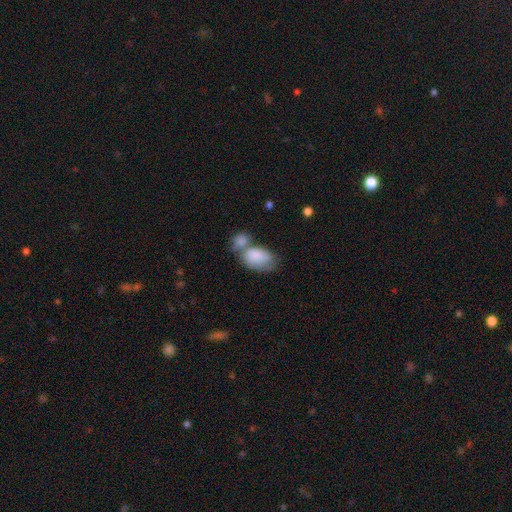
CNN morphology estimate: Smooth or featured? Predicted: smooth (p=0.81). How rounded? Predicted: in between (p=0.90). Merging? Predicted: merger (p=0.56).